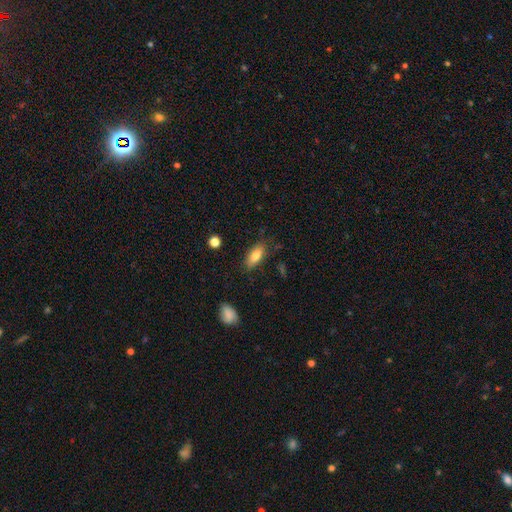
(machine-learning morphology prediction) type=smooth (80%); roundness=in between (82%); merging=none (78%).